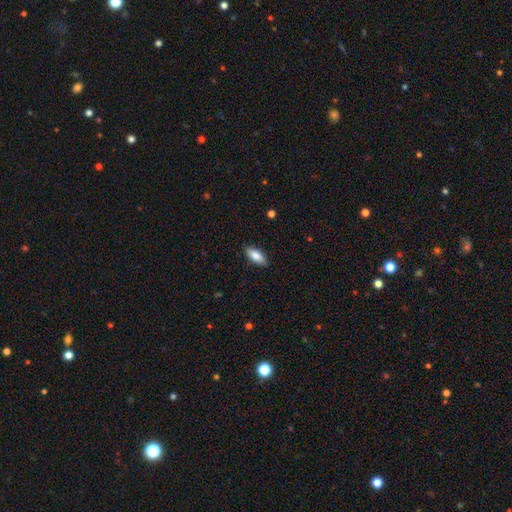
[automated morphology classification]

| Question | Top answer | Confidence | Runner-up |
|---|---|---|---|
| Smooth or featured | smooth | 83% | featured or disk (11%) |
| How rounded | in between | 78% | cigar-shaped (20%) |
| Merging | none | 88% | minor disturbance (9%) |